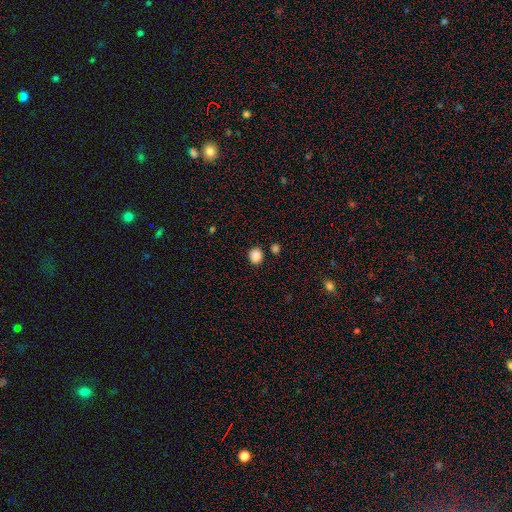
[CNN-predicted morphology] A smooth galaxy with no disk features (87%) that is round (71%).

Vote fractions:
- Smooth or featured? smooth: 87% / star or artifact: 10% / featured or disk: 3%
- How rounded? round: 71% / in between: 29% / cigar-shaped: 1%
- Merging? none: 83% / minor disturbance: 9% / merger: 5% / major disturbance: 3%